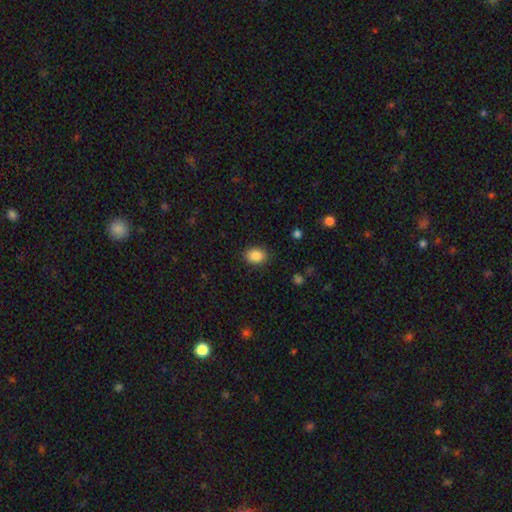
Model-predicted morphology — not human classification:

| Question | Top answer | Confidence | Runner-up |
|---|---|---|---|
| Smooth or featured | smooth | 88% | star or artifact (8%) |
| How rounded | in between | 69% | round (30%) |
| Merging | none | 86% | minor disturbance (10%) |